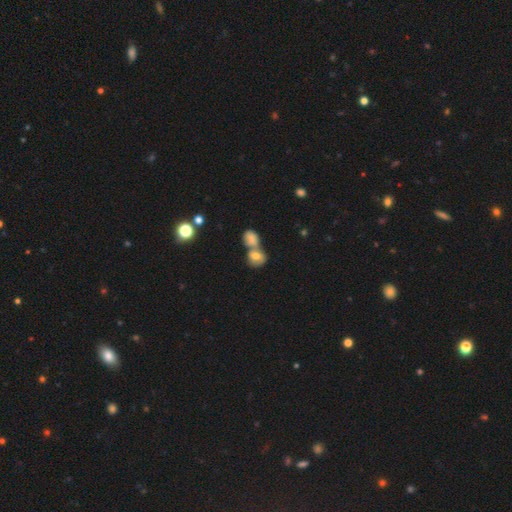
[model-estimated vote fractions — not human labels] Q: Smooth or featured?
A: smooth (70%); runner-up: featured or disk (19%)
Q: How rounded?
A: in between (50%); runner-up: round (48%)
Q: Merging?
A: merger (63%); runner-up: none (26%)